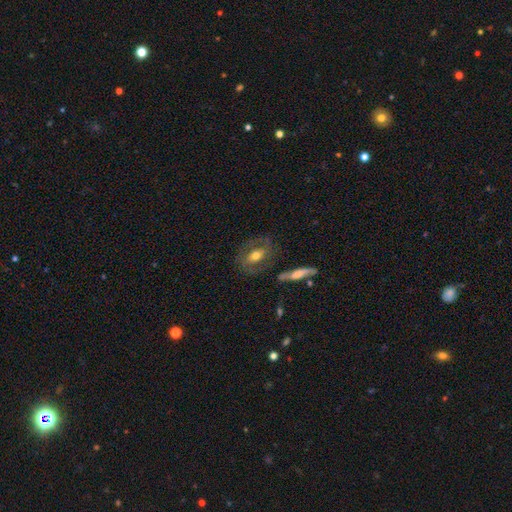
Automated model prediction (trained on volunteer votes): Overall: featured or disk (56%; smooth 37%). Edge-on disk: no (85%). Merging: none (72%).